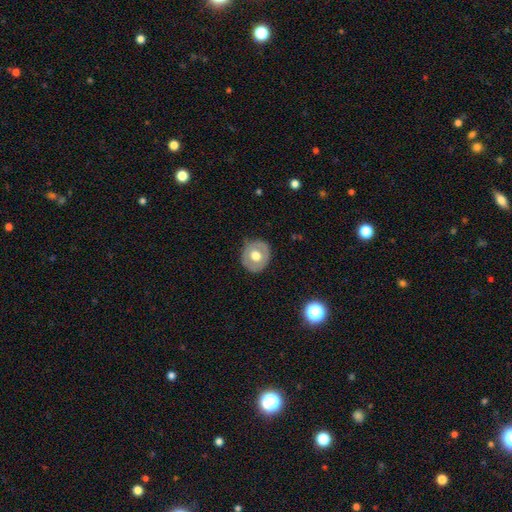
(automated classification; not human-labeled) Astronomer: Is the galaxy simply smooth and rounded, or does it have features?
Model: smooth — 51% (runner-up: featured or disk, 42%).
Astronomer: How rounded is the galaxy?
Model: round — 80%.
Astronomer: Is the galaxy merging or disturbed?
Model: none — 83%.